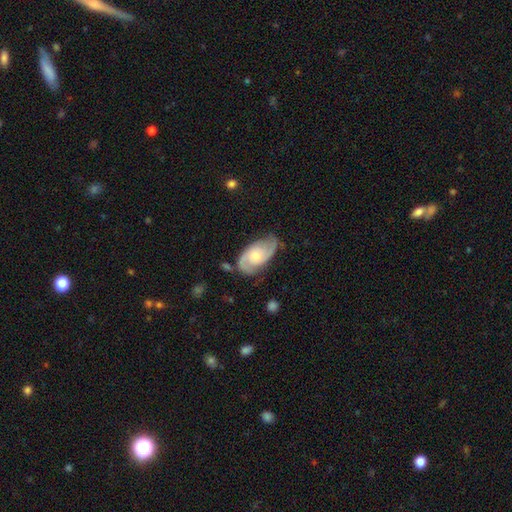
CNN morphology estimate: Smooth or featured?
  - featured or disk: 78% *
  - smooth: 17%
  - star or artifact: 5%
Edge-on disk?
  - no: 96% *
  - yes: 4%
Bar?
  - no: 68% *
  - weak: 27%
  - strong: 4%
Spiral arms?
  - yes: 94% *
  - no: 6%
Spiral winding?
  - medium: 47% *
  - tight: 31%
  - loose: 22%
Spiral arm count?
  - 2: 86% *
  - can't tell: 7%
  - 1: 2%
  - 3: 2%
  - 4: 1%
  - more than 4: 1%
Bulge size?
  - moderate: 53% *
  - small: 39%
  - large: 5%
  - none: 2%
  - dominant: 1%
Merging?
  - none: 69% *
  - minor disturbance: 22%
  - major disturbance: 7%
  - merger: 2%